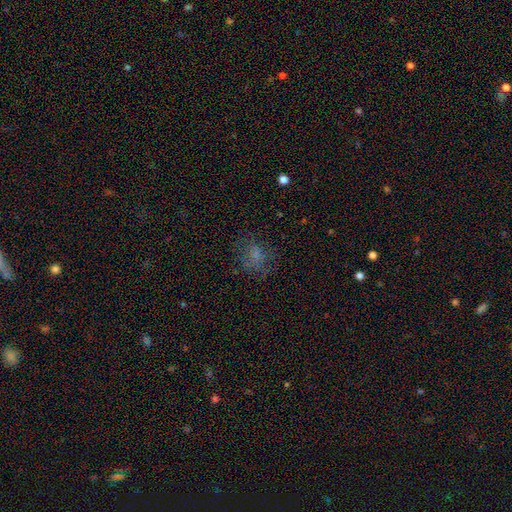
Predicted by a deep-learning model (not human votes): A smooth galaxy with no disk features (59%) that is round (61%). Merging: none (60%).